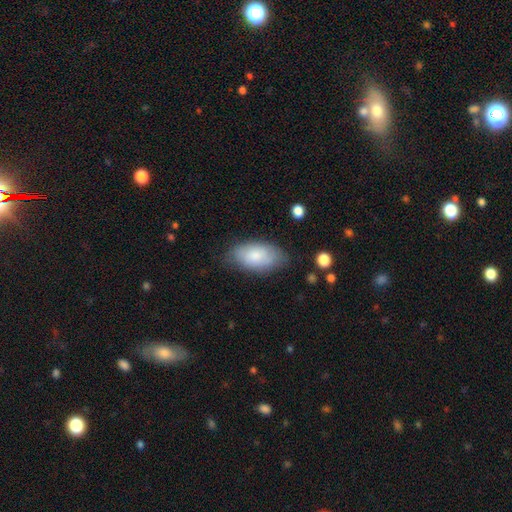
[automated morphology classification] Smooth or featured? smooth (77%)
How rounded? in between (94%)
Merging? none (73%)